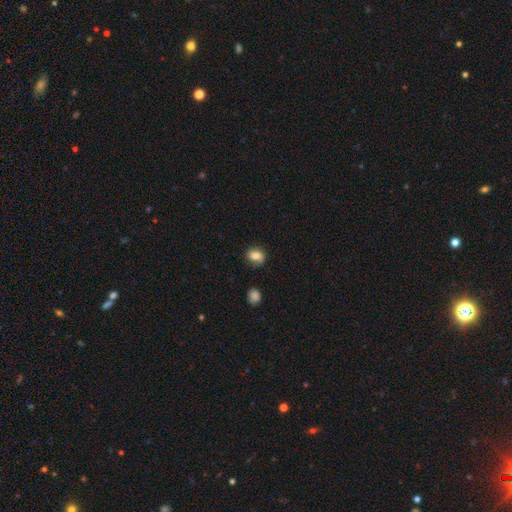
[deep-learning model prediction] Morphology: type=smooth (75%); roundness=round (52%); merging=none (73%).